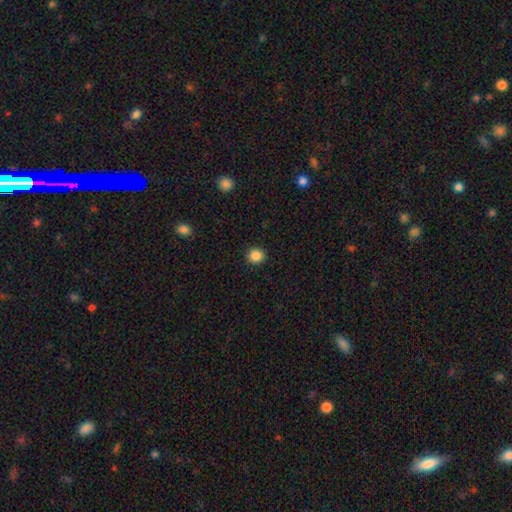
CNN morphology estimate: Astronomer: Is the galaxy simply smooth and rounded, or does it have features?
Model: smooth — 87%.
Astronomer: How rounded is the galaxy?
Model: round — 90%.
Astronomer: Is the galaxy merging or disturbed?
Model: none — 92%.